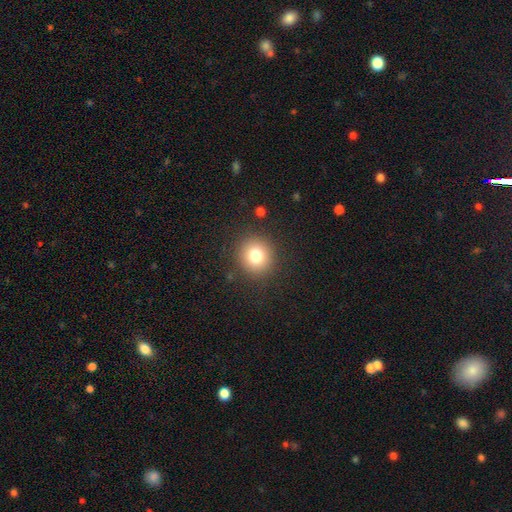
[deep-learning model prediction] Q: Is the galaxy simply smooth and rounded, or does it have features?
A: smooth — 79%.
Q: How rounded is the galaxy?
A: round — 90%.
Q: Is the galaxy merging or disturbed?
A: none — 89%.